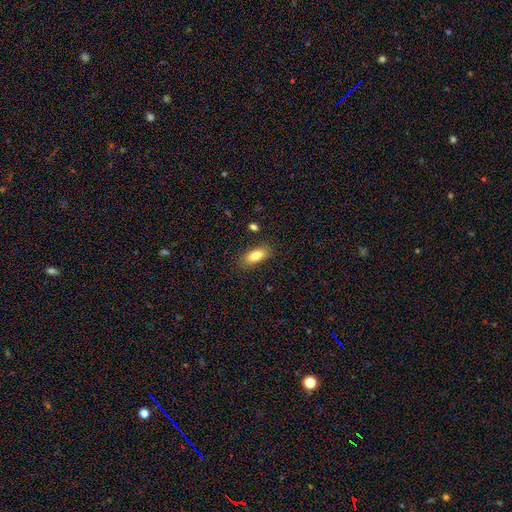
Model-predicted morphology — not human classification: Overall: smooth (82%). How rounded: in between (83%). Merging: none (85%).